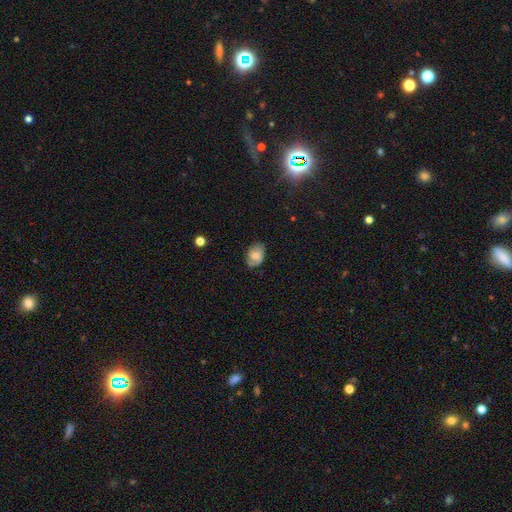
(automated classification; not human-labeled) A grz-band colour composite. It shows a smooth galaxy with no disk features (55%) that is in between round and cigar-shaped (77%). Merging: none (70%).